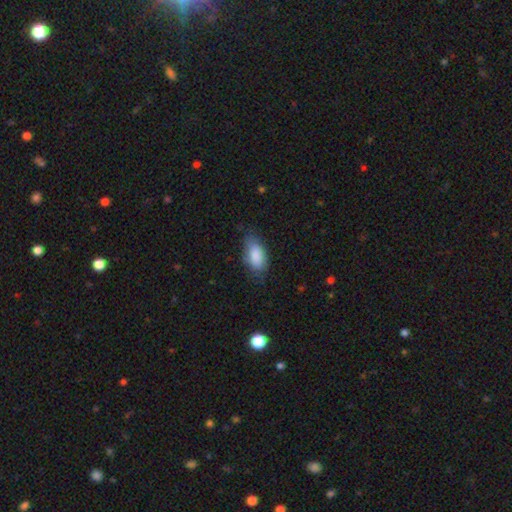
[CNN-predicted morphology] A smooth galaxy with no disk features (85%) that is in between round and cigar-shaped (90%).

Vote fractions:
- Smooth or featured? smooth: 85% / featured or disk: 8% / star or artifact: 7%
- How rounded? in between: 90% / cigar-shaped: 7% / round: 3%
- Merging? none: 67% / minor disturbance: 25% / major disturbance: 6% / merger: 1%